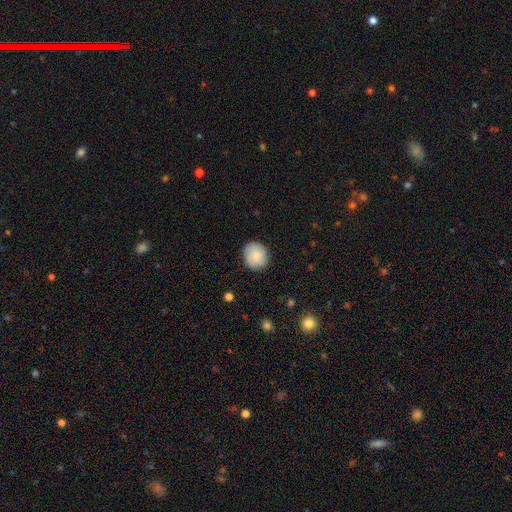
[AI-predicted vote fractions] Overall: smooth (78%). How rounded: round (76%). Merging: none (84%).